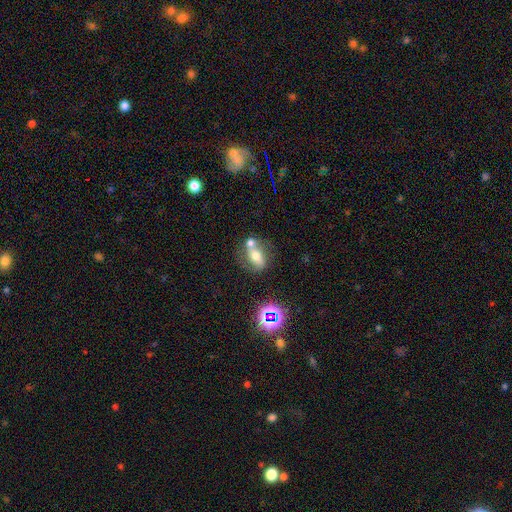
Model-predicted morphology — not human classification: Smooth or featured? Predicted: smooth (p=0.44). Merging? Predicted: none (p=0.43).